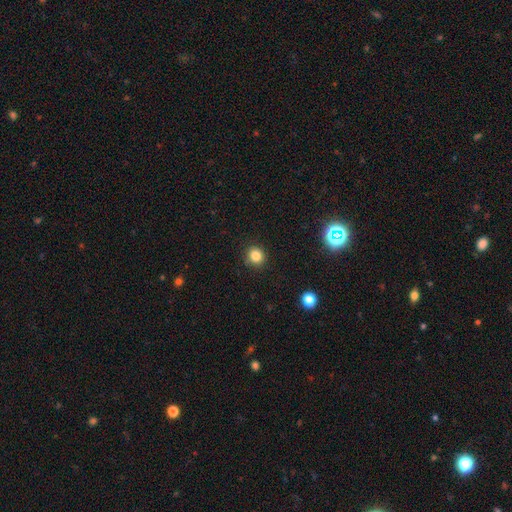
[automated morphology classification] This appears to be a smooth galaxy with no disk features (83%) that is round (87%). Merging: none (89%).